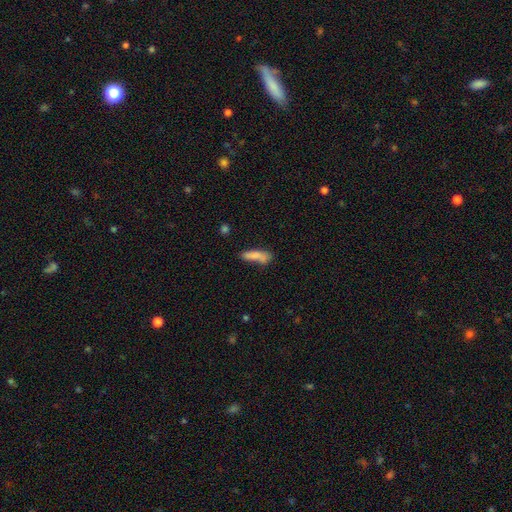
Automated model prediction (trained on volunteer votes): Smooth or featured? smooth (80%)
How rounded? cigar-shaped (64%)
Merging? none (53%)